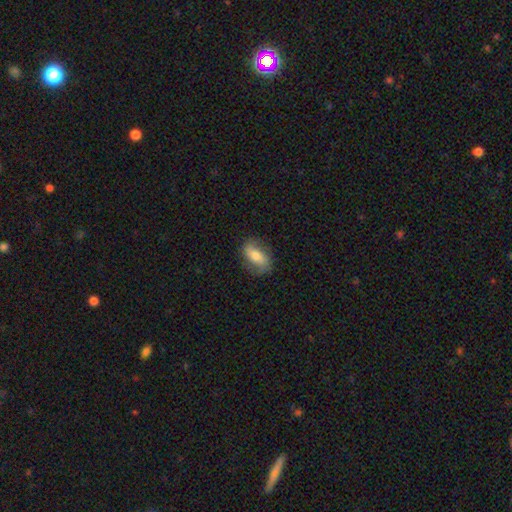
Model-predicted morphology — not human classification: A smooth galaxy with no disk features (55%) that is in between round and cigar-shaped (82%).

Vote fractions:
- Smooth or featured? smooth: 55% / featured or disk: 38% / star or artifact: 7%
- How rounded? in between: 82% / cigar-shaped: 10% / round: 9%
- Merging? none: 78% / minor disturbance: 16% / major disturbance: 5% / merger: 1%